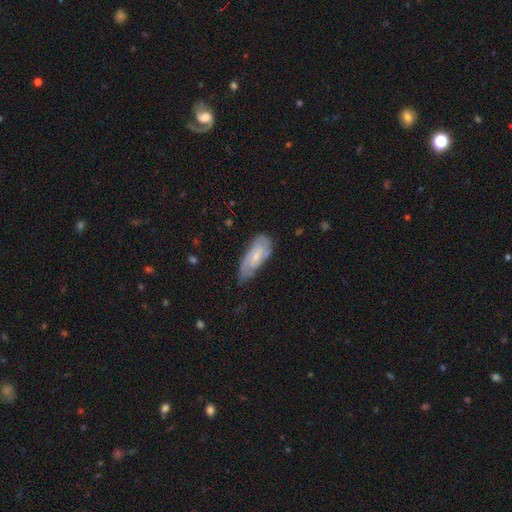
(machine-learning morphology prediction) smooth_or_featured: featured or disk (p=0.53) [alt: smooth p=0.41]
disk_edge_on: no (p=0.88) [alt: yes p=0.12]
merging: none (p=0.54) [alt: minor disturbance p=0.34]